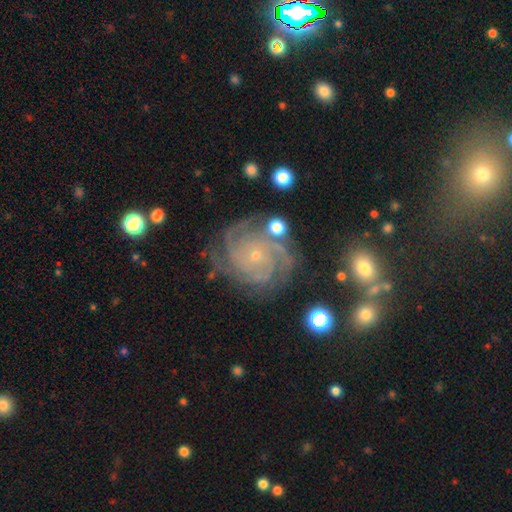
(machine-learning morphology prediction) This is clearly a featured or disk galaxy (90%). It is clearly not viewed edge-on (98%). Bar: clearly no (80%). Spiral arm pattern: clearly yes (98%). Spiral arm count: marginally 4 (31%). Spiral winding: likely tight (73%). Central bulge: clearly small (84%). Merging: likely none (74%).